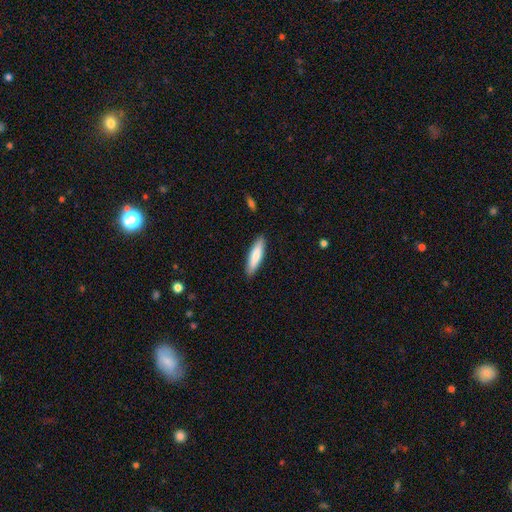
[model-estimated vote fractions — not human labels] Smooth or featured? smooth (80%)
How rounded? cigar-shaped (71%)
Merging? none (89%)